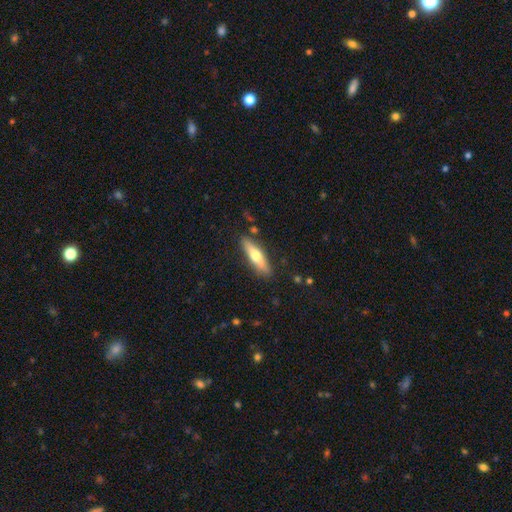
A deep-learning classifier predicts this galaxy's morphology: Smooth or featured? Predicted: smooth (p=0.56). How rounded? Predicted: cigar-shaped (p=0.70). Merging? Predicted: none (p=0.85).